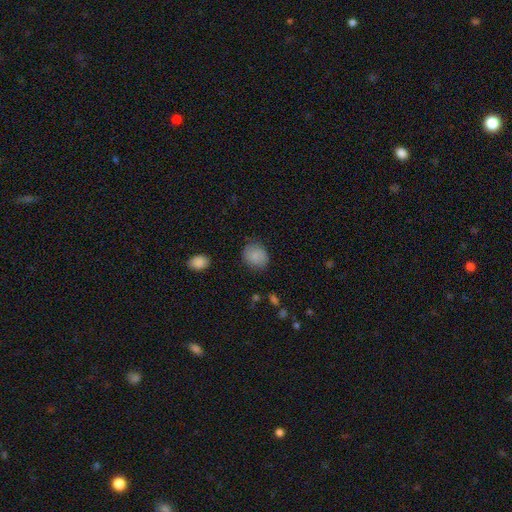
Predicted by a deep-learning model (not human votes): A smooth galaxy with no disk features (85%) that is round (70%). Merging: none (80%).